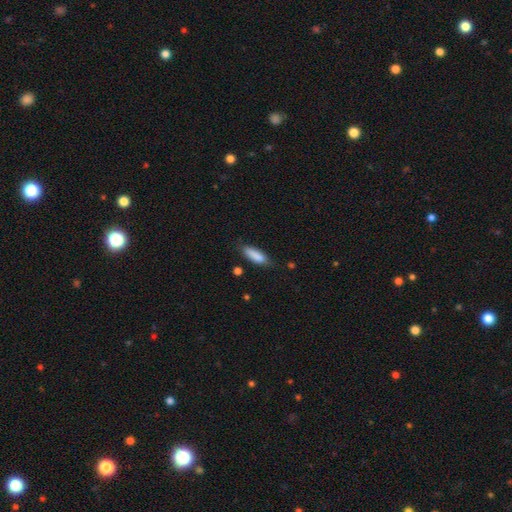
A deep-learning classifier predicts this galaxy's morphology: This is clearly a smooth galaxy (86%). How rounded: possibly in between (54%). Merging: likely none (75%).